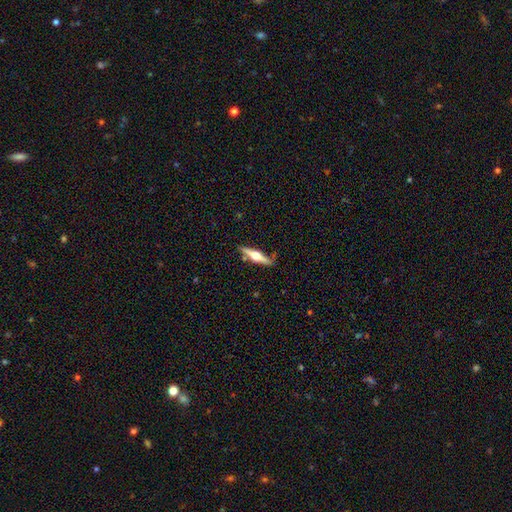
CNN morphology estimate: This appears to be a featured or disk galaxy (68%) viewed edge-on (96%) with a rounded central bulge (95%). Merging: none (81%).